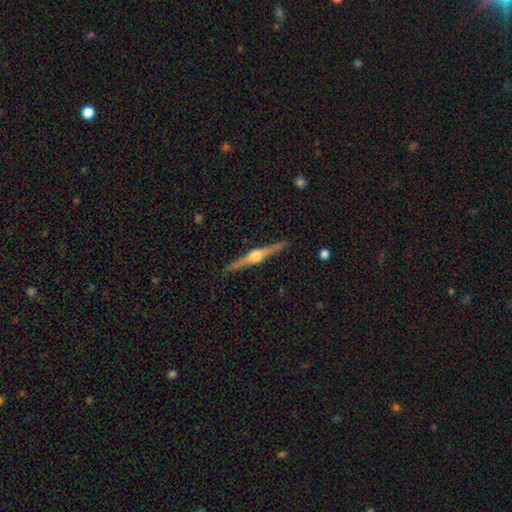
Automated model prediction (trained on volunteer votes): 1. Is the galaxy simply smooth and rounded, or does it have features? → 84% featured or disk, 11% smooth, 5% star or artifact.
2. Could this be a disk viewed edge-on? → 98% yes, 2% no.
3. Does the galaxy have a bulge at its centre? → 96% rounded, 3% boxy, 2% none.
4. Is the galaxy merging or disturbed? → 92% none, 6% minor disturbance, 1% major disturbance, 1% merger.